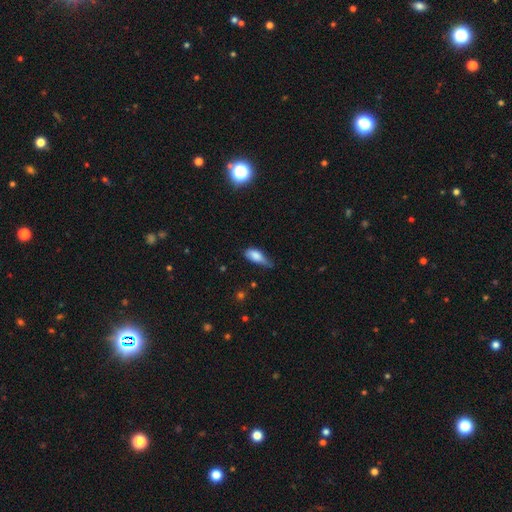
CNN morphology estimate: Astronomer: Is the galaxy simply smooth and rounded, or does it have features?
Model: smooth — 80%.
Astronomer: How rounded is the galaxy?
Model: in between — 79%.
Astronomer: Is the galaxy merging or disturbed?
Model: minor disturbance — 49% (runner-up: none, 32%).